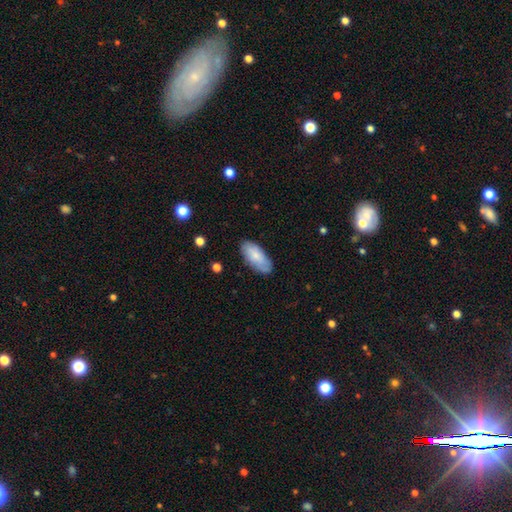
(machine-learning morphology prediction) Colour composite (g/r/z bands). It shows a smooth galaxy with no disk features (76%) that is in between round and cigar-shaped (90%). Merging: none (79%).